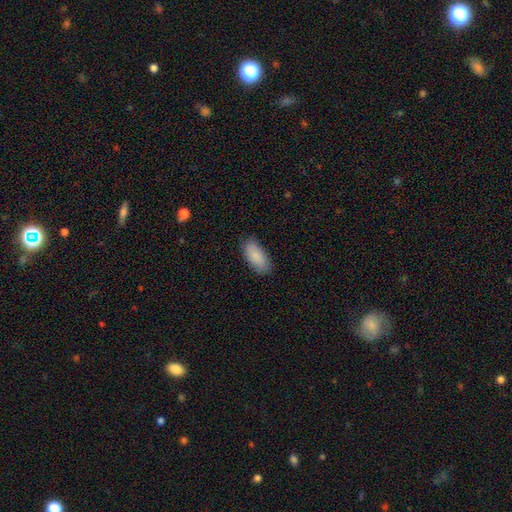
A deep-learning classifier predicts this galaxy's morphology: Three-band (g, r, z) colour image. It shows a smooth galaxy with no disk features (87%) that is in between round and cigar-shaped (90%). Merging: none (83%).